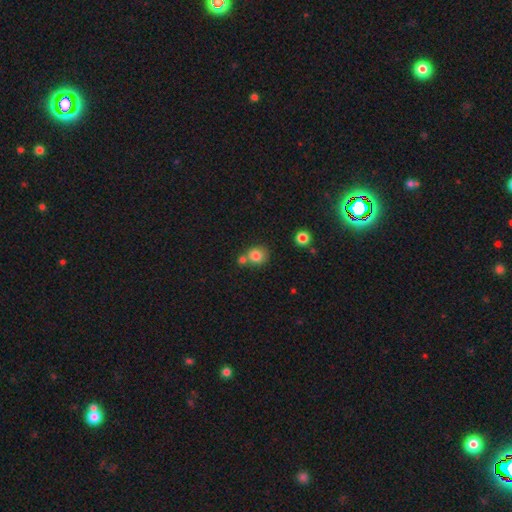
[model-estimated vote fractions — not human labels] smooth_or_featured: smooth (p=0.82) [alt: star or artifact p=0.11]
how_rounded: round (p=0.81) [alt: in between p=0.18]
merging: none (p=0.54) [alt: merger p=0.30]